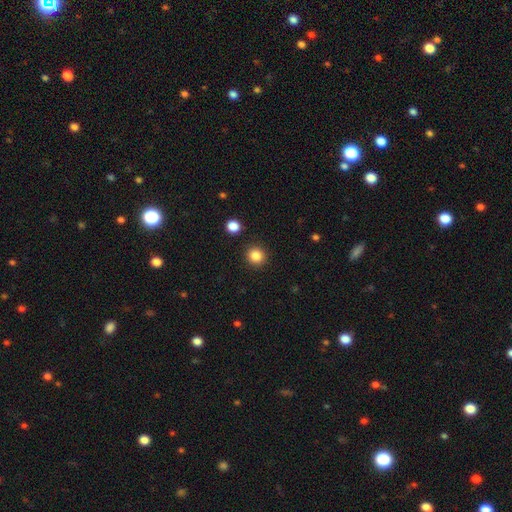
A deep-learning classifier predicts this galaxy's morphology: Smooth or featured? Predicted: smooth (p=0.85). How rounded? Predicted: round (p=0.94). Merging? Predicted: none (p=0.91).